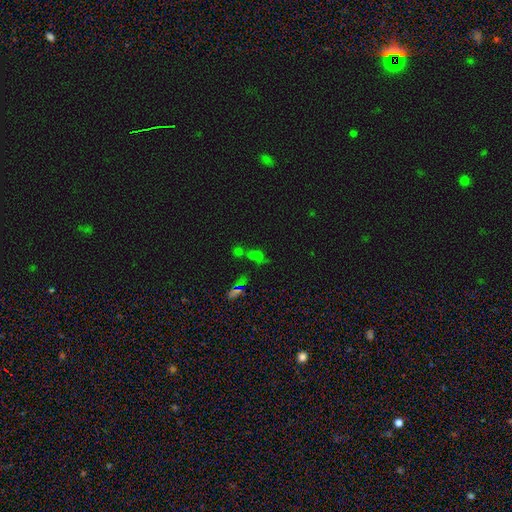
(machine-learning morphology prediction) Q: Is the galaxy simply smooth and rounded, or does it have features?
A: star or artifact — 46%.